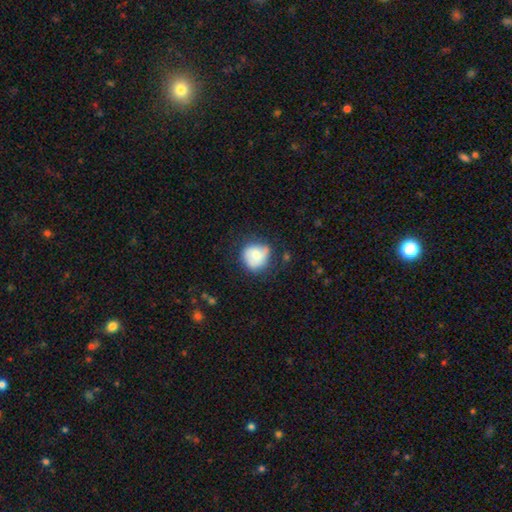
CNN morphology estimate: Smooth or featured? Predicted: smooth (p=0.65). How rounded? Predicted: round (p=0.84). Merging? Predicted: none (p=0.62).